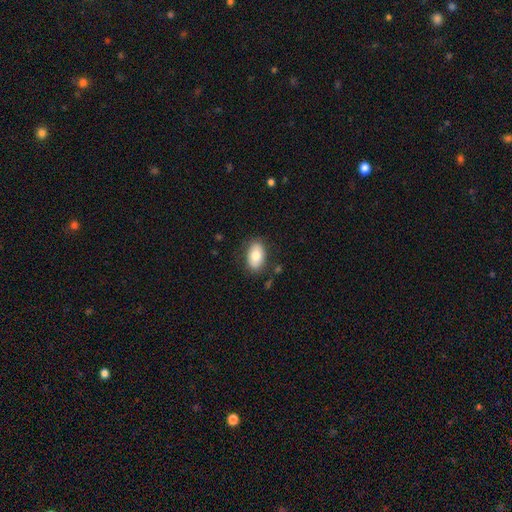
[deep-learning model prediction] smooth-or-featured: smooth: 77% | featured or disk: 16% | star or artifact: 7%
  how-rounded: in between: 91% | round: 8% | cigar-shaped: 1%
  merging: none: 82% | minor disturbance: 12% | major disturbance: 3% | merger: 2%